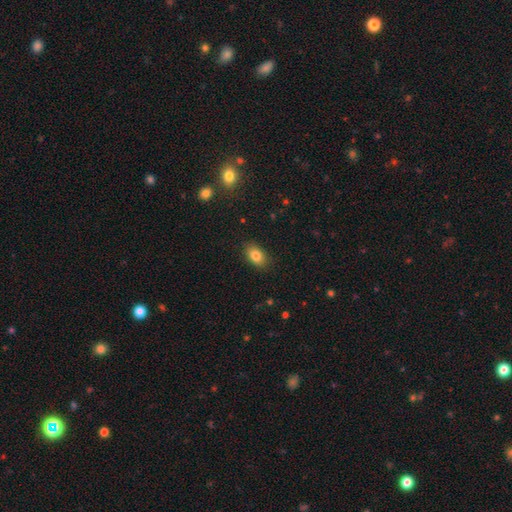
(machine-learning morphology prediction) Smooth or featured? smooth (83%)
How rounded? in between (86%)
Merging? none (87%)